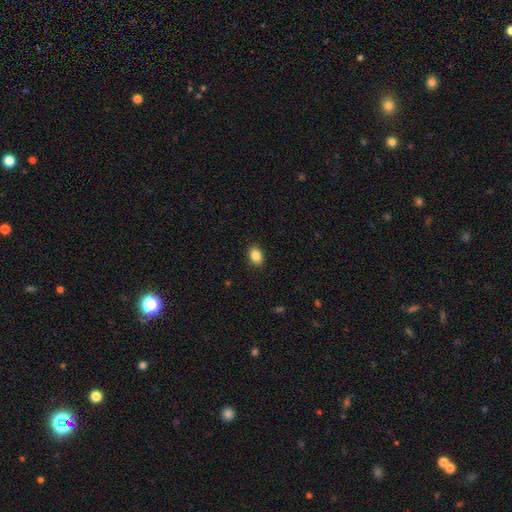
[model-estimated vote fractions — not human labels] smooth-or-featured: smooth: 86% | star or artifact: 8% | featured or disk: 5%
  how-rounded: in between: 78% | round: 21% | cigar-shaped: 1%
  merging: none: 89% | minor disturbance: 8% | major disturbance: 2% | merger: 1%